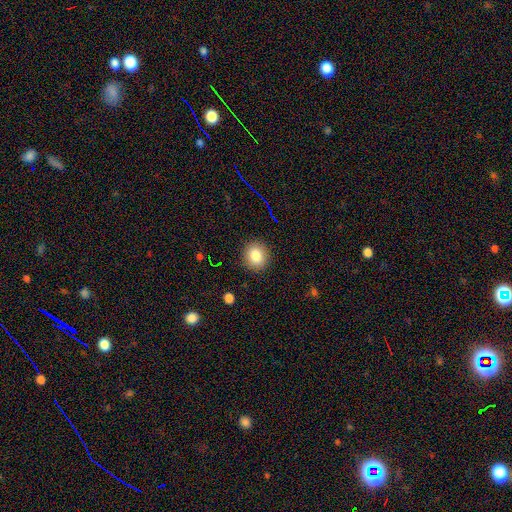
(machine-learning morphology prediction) Overall: smooth (83%). How rounded: round (80%). Merging: none (90%).